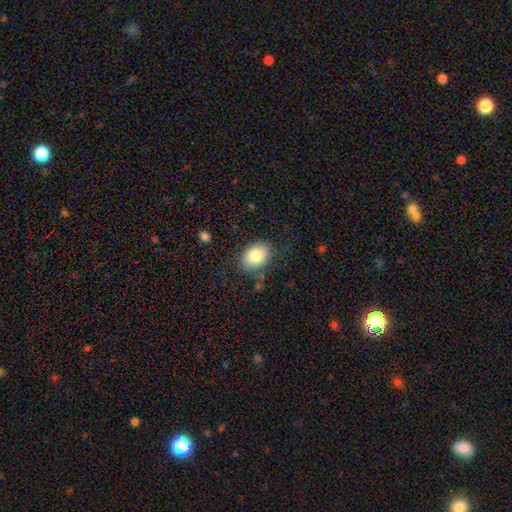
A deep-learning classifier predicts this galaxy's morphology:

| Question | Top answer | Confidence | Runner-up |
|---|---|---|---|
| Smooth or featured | smooth | 83% | featured or disk (9%) |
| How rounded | in between | 66% | round (33%) |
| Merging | none | 78% | minor disturbance (15%) |